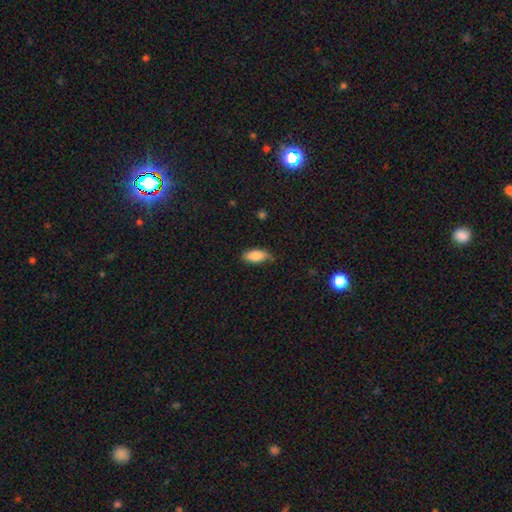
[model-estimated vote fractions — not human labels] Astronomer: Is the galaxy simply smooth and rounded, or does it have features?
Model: smooth — 83%.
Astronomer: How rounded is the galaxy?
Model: in between — 88%.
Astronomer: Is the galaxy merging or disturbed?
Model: none — 72%.